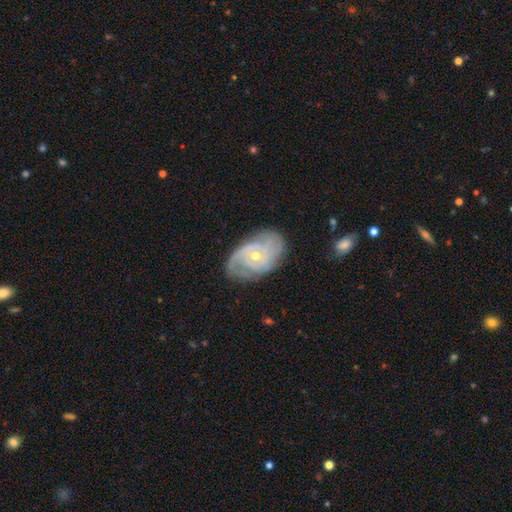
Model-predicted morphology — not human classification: Smooth or featured: featured or disk — 84% (smooth — 10%)
Edge-on disk: no — 96% (yes — 4%)
Bar: no — 70% (weak — 25%)
Spiral arms: yes — 95% (no — 5%)
Spiral winding: tight — 62% (medium — 30%)
Spiral arm count: can't tell — 29% (2 — 27%)
Bulge size: small — 59% (moderate — 38%)
Merging: none — 73% (minor disturbance — 19%)